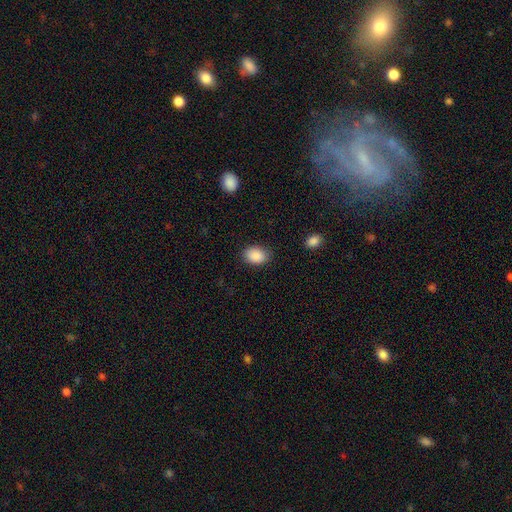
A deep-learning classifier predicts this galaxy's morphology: Smooth or featured? smooth (89%)
How rounded? in between (72%)
Merging? none (85%)